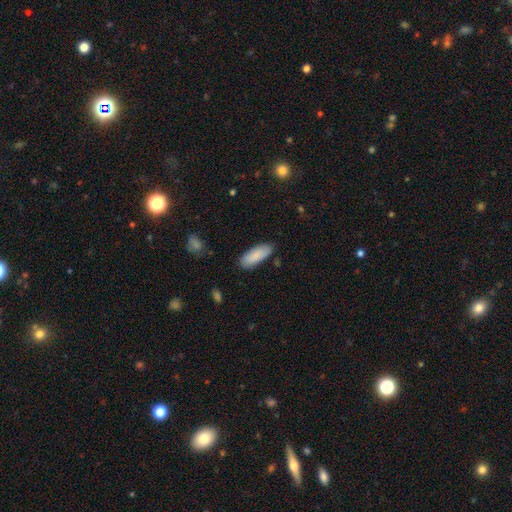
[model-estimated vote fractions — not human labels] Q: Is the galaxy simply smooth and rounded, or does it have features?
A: smooth — 88%.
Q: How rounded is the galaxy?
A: in between — 76%.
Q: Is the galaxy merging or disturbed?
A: none — 84%.